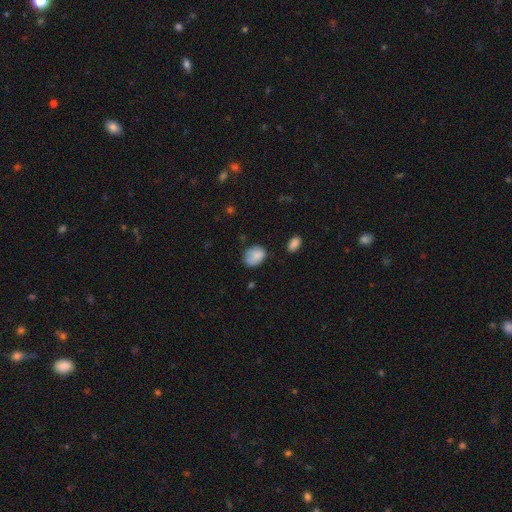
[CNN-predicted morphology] This is clearly a smooth galaxy (83%). How rounded: likely in between (64%). Merging: possibly none (56%).